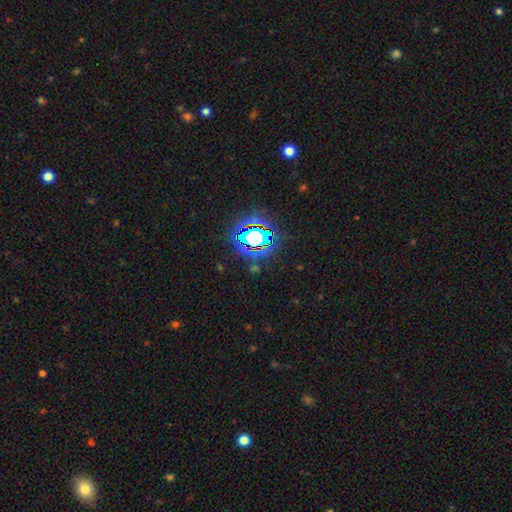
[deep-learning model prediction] This appears to be a star or artifact, not a galaxy (81%).